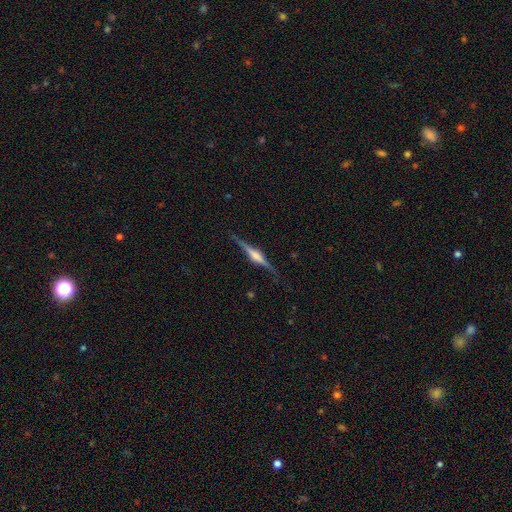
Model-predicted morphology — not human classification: Overall: featured or disk (83%). Edge-on disk: yes (98%). Edge-on bulge: rounded (74%). Merging: none (86%).